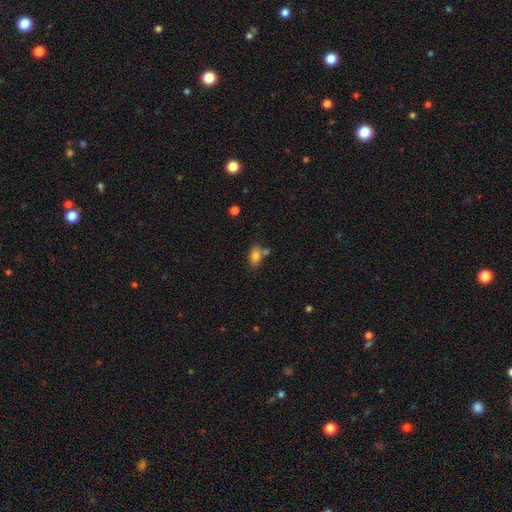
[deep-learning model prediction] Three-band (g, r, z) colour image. It shows a smooth galaxy with no disk features (80%) that is in between round and cigar-shaped (86%). Merging: none (57%).